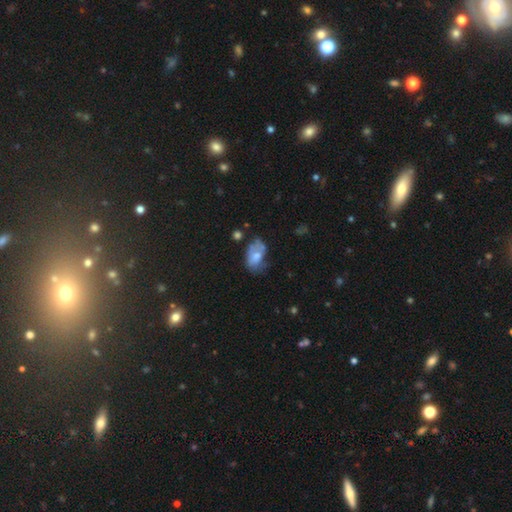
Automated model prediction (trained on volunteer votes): Morphology: type=smooth (59%); roundness=in between (88%); merging=minor disturbance (34%, tied with none).